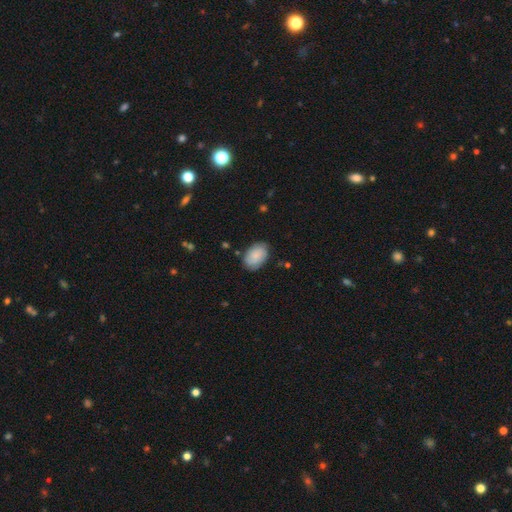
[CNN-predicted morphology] Smooth or featured? Predicted: smooth (p=0.79). How rounded? Predicted: in between (p=0.87). Merging? Predicted: none (p=0.78).